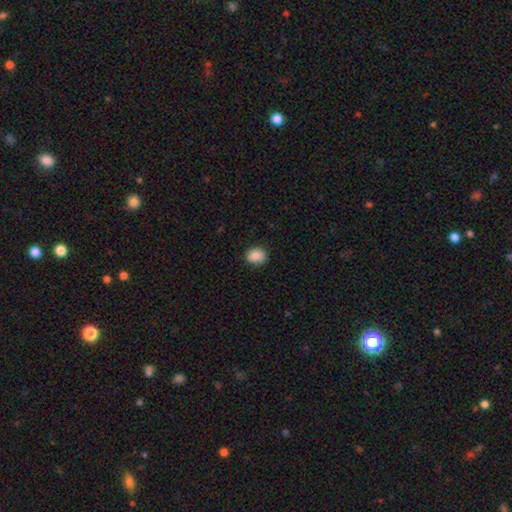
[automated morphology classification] Smooth or featured: smooth — 87% (star or artifact — 8%)
How rounded: round — 51% (in between — 48%)
Merging: none — 86% (minor disturbance — 10%)